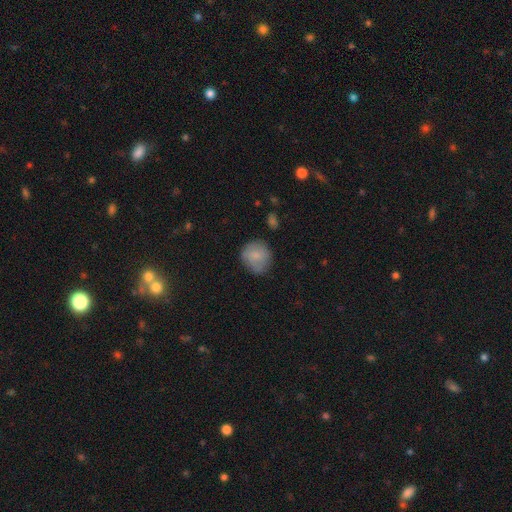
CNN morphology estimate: A smooth galaxy with no disk features (78%) that is round (83%).

Vote fractions:
- Smooth or featured? smooth: 78% / featured or disk: 15% / star or artifact: 7%
- How rounded? round: 83% / in between: 16% / cigar-shaped: 1%
- Merging? none: 70% / minor disturbance: 22% / major disturbance: 6% / merger: 2%